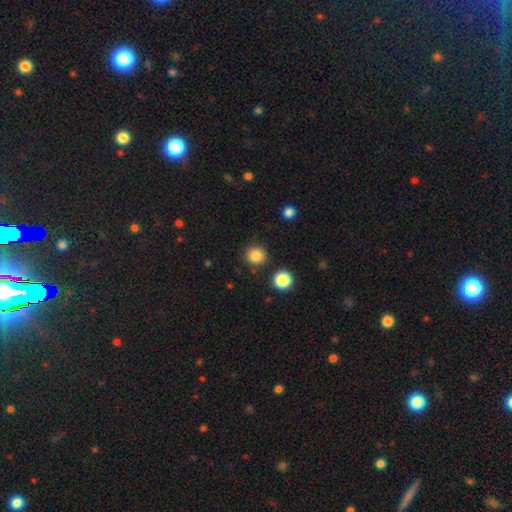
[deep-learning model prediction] smooth_or_featured: smooth (p=0.84) [alt: star or artifact p=0.11]
how_rounded: round (p=0.93) [alt: in between p=0.06]
merging: none (p=0.87) [alt: minor disturbance p=0.07]